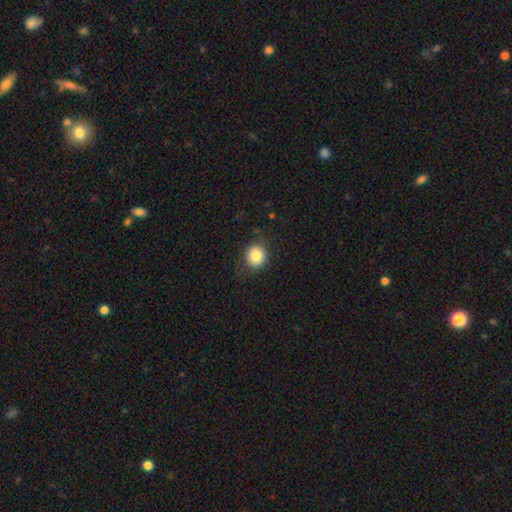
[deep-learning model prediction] A smooth galaxy with no disk features (82%) that is round (85%). Merging: none (83%).